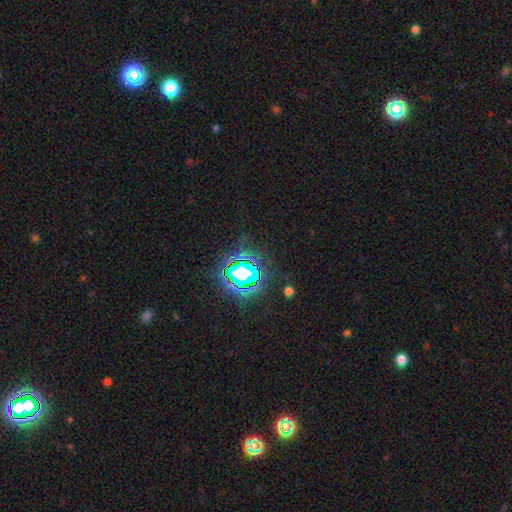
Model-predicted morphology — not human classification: Q: Smooth or featured?
A: star or artifact (83%); runner-up: smooth (11%)